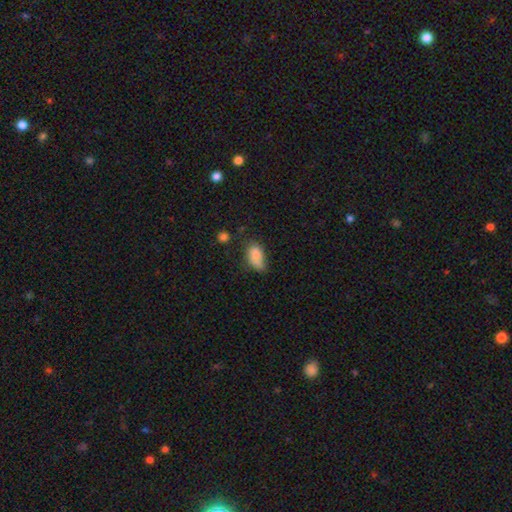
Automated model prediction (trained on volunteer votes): The model was most divided on "merging": none: 42%, minor disturbance: 39%, major disturbance: 15%, merger: 4%. More confident: how rounded — in between (90%); smooth or featured — smooth (82%).